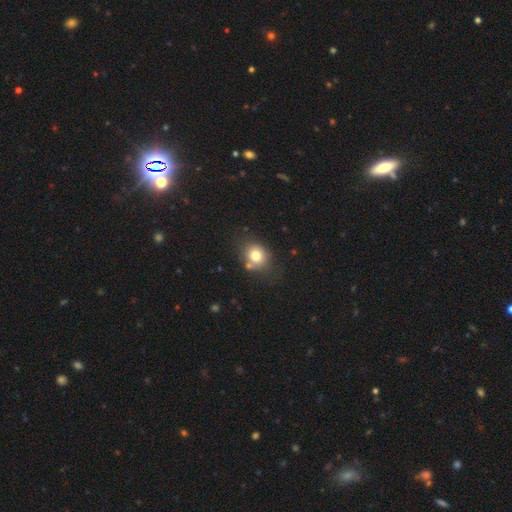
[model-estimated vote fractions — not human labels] Overall: smooth (77%). How rounded: round (65%; in between 34%). Merging: none (69%).